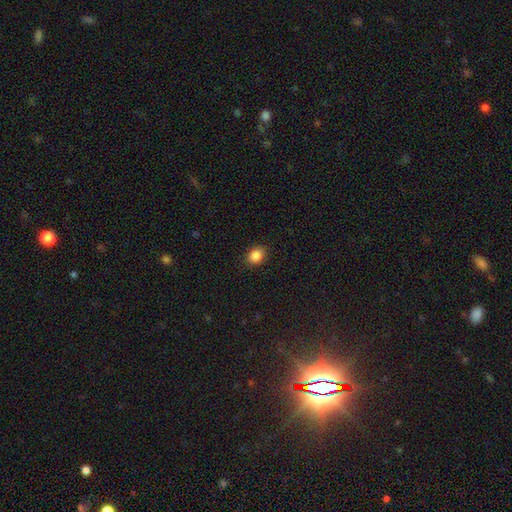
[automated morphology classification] A smooth galaxy with no disk features (86%) that is in between round and cigar-shaped (52%).

Vote fractions:
- Smooth or featured? smooth: 86% / star or artifact: 10% / featured or disk: 4%
- How rounded? in between: 52% / round: 48% / cigar-shaped: 1%
- Merging? none: 89% / minor disturbance: 8% / major disturbance: 2% / merger: 1%